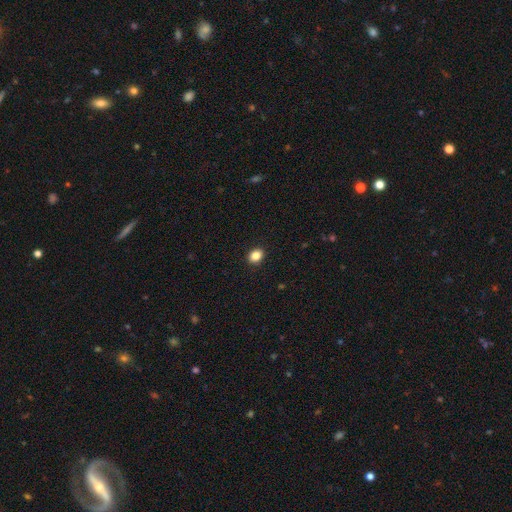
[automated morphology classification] Overall: smooth (87%). How rounded: in between (58%; round 41%). Merging: none (91%).